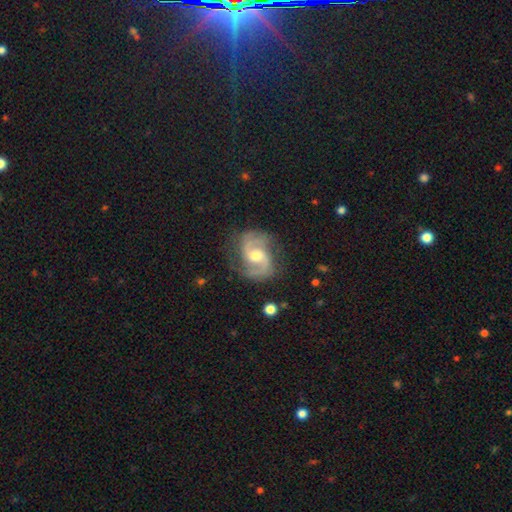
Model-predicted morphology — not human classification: A featured or disk galaxy (90%) with a weak bar (46%), 2 (91%) medium (58%) spiral arms (98%) and a moderate central bulge (68%).

Vote fractions:
- Smooth or featured? featured or disk: 90% / smooth: 5% / star or artifact: 5%
- Edge-on disk? no: 98% / yes: 2%
- Bar? weak: 46% / no: 43% / strong: 11%
- Spiral arms? yes: 98% / no: 2%
- Spiral winding? medium: 58% / tight: 22% / loose: 20%
- Spiral arm count? 2: 91% / can't tell: 3% / 3: 3% / 1: 2% / 4: 1% / more than 4: 1%
- Bulge size? moderate: 68% / small: 24% / large: 6% / none: 1% / dominant: 1%
- Merging? none: 76% / minor disturbance: 16% / major disturbance: 6% / merger: 1%